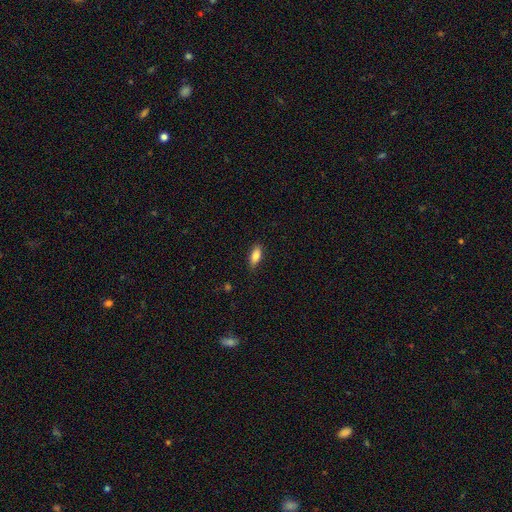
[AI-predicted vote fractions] Smooth or featured? Predicted: smooth (p=0.82). How rounded? Predicted: in between (p=0.78). Merging? Predicted: none (p=0.83).